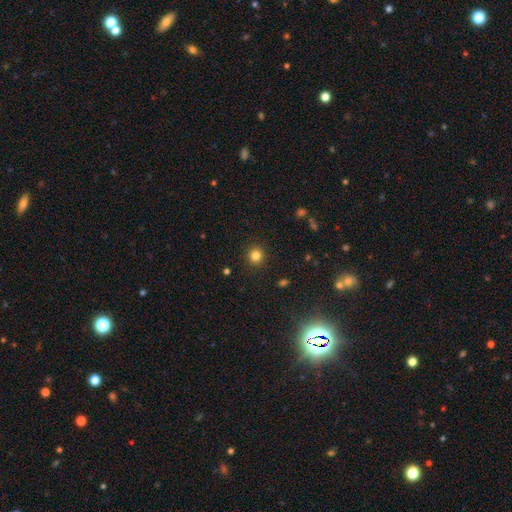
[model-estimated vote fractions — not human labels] Smooth or featured?
  - smooth: 82% *
  - star or artifact: 13%
  - featured or disk: 5%
How rounded?
  - round: 93% *
  - in between: 6%
  - cigar-shaped: 1%
Merging?
  - none: 92% *
  - minor disturbance: 5%
  - major disturbance: 2%
  - merger: 1%